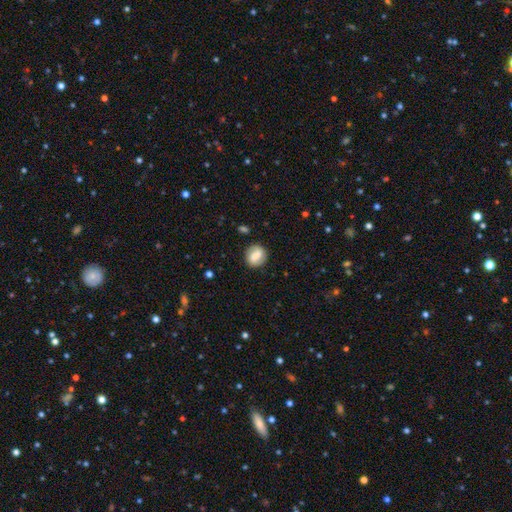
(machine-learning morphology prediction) This appears to be a smooth galaxy with no disk features (62%) that is round (75%). Merging: none (84%).